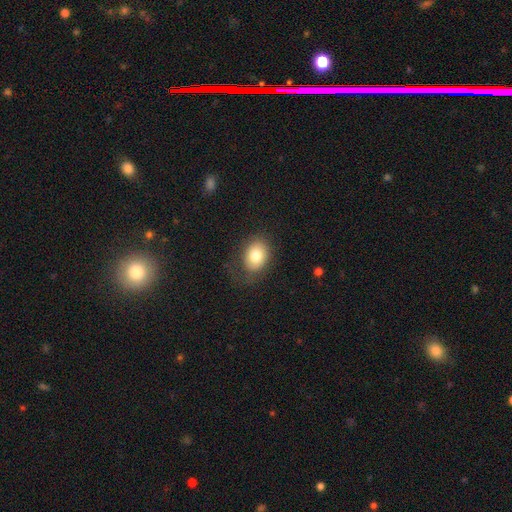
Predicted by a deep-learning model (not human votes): Smooth or featured: smooth — 78% (featured or disk — 13%)
How rounded: in between — 62% (round — 38%)
Merging: none — 72% (minor disturbance — 18%)